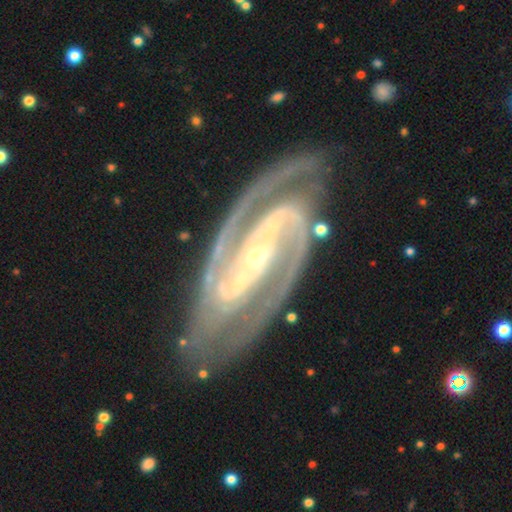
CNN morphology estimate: Overall: featured or disk (94%). Edge-on disk: no (96%). Bar: strong (70%). Spiral arms: yes (99%). Spiral arm count: 2 (91%). Spiral winding: medium (49%; tight 44%). Bulge size: small (77%). Merging: none (81%).